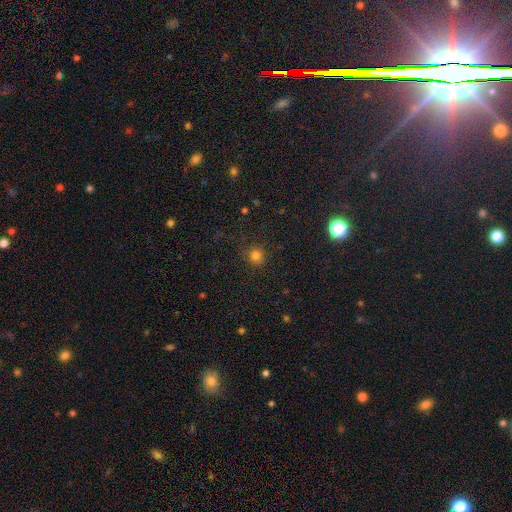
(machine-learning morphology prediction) The model was most divided on "smooth or featured": smooth: 79%, star or artifact: 16%, featured or disk: 5%. More confident: how rounded — round (92%); merging — none (87%).